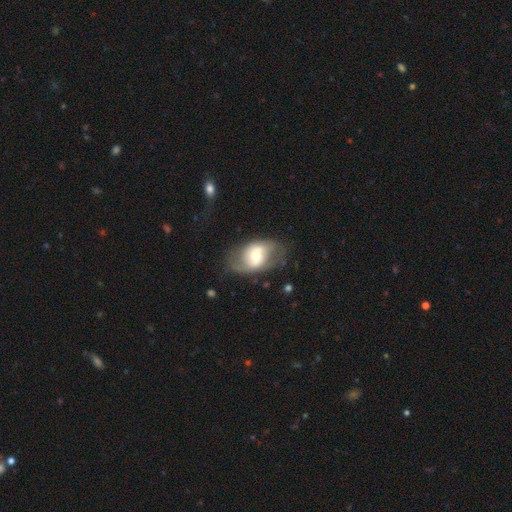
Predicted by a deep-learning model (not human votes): Smooth or featured: featured or disk — 58% (smooth — 35%)
Edge-on disk: no — 94% (yes — 6%)
Bar: weak — 41% (no — 38%)
Spiral arms: yes — 65% (no — 35%)
Bulge size: moderate — 60% (small — 22%)
Merging: none — 62% (minor disturbance — 22%)